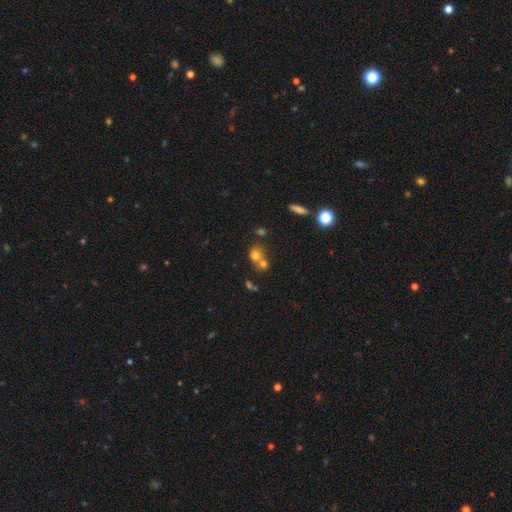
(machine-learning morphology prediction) A smooth galaxy with no disk features (68%) that is round (70%). Merging: merger (52%).